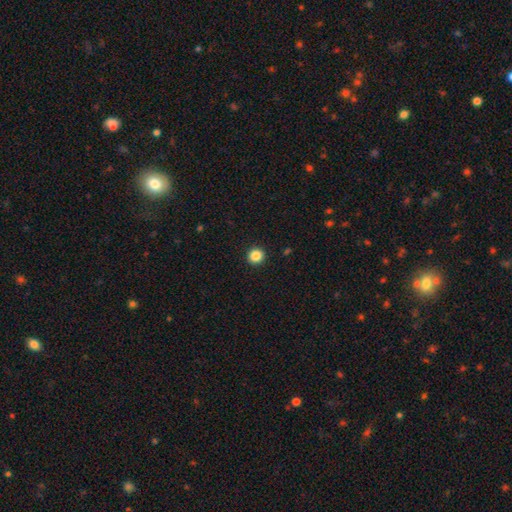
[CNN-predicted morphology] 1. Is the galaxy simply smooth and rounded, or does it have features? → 86% smooth, 10% star or artifact, 3% featured or disk.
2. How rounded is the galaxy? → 93% round, 6% in between, 1% cigar-shaped.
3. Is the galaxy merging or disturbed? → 93% none, 4% minor disturbance, 2% major disturbance, 1% merger.